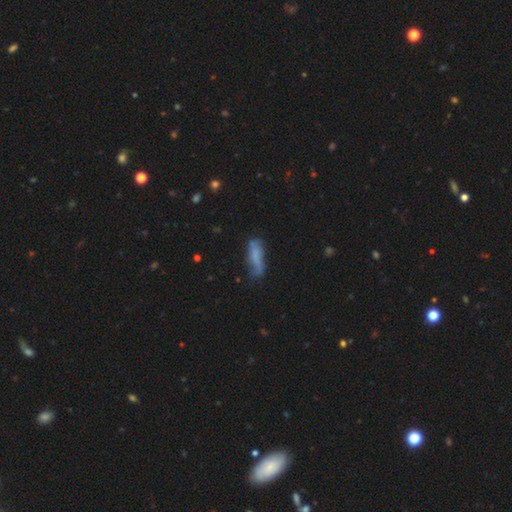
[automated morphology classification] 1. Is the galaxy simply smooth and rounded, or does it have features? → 66% smooth, 24% featured or disk, 9% star or artifact.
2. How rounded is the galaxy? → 56% cigar-shaped, 42% in between, 2% round.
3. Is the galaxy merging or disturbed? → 53% none, 30% minor disturbance, 12% major disturbance, 4% merger.